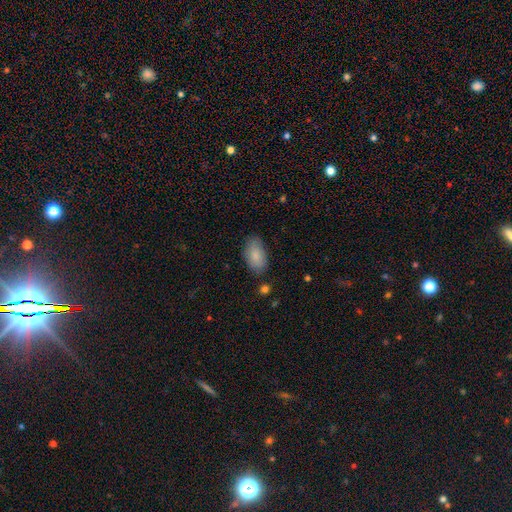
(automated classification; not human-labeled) This is clearly a smooth galaxy (86%). How rounded: clearly in between (94%). Merging: likely none (80%).